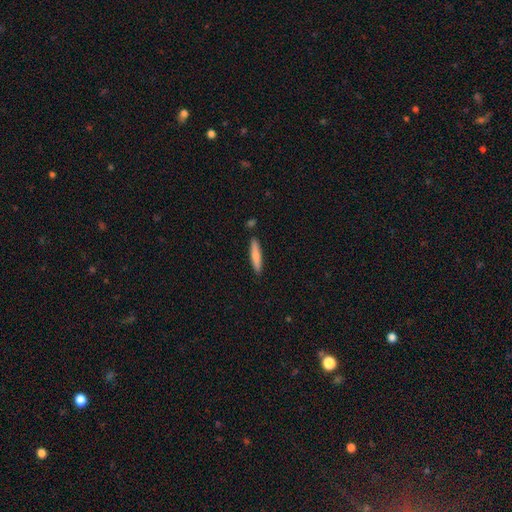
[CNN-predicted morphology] Smooth or featured?
  - smooth: 74% *
  - featured or disk: 20%
  - star or artifact: 5%
How rounded?
  - cigar-shaped: 88% *
  - in between: 11%
  - round: 1%
Merging?
  - none: 87% *
  - minor disturbance: 9%
  - merger: 3%
  - major disturbance: 2%